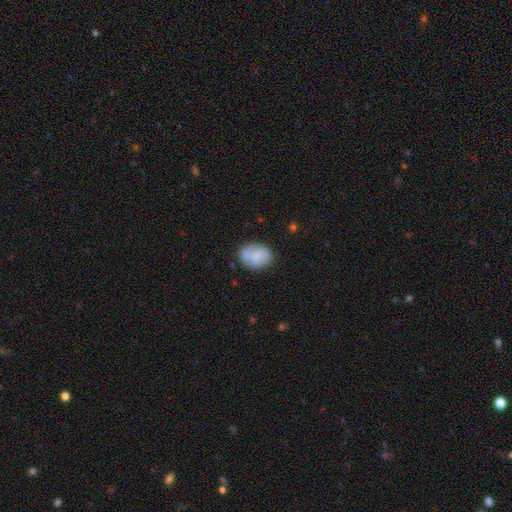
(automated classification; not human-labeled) This appears to be a smooth galaxy with no disk features (76%) that is in between round and cigar-shaped (65%). Merging: none (75%).